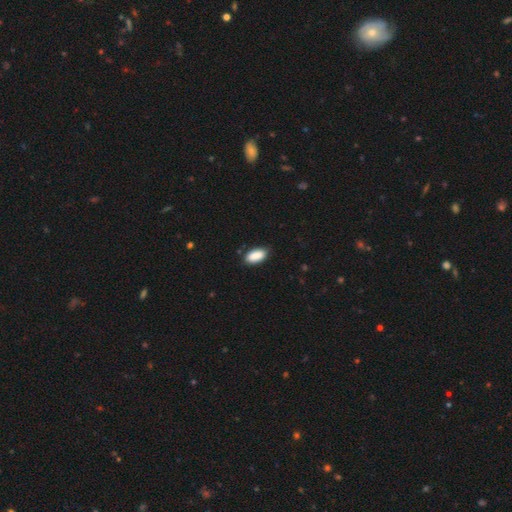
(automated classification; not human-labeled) A smooth galaxy with no disk features (90%) that is in between round and cigar-shaped (92%).

Vote fractions:
- Smooth or featured? smooth: 90% / star or artifact: 6% / featured or disk: 4%
- How rounded? in between: 92% / cigar-shaped: 6% / round: 3%
- Merging? none: 83% / minor disturbance: 13% / major disturbance: 2% / merger: 1%